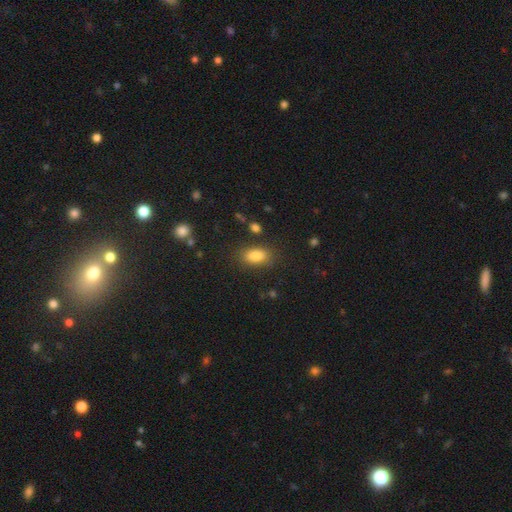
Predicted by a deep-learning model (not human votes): Morphology: type=smooth (85%); roundness=in between (88%); merging=none (83%).